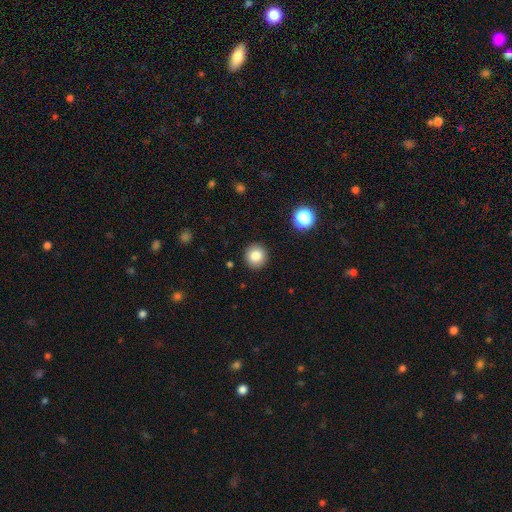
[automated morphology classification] Smooth or featured?
  - smooth: 83% *
  - star or artifact: 11%
  - featured or disk: 7%
How rounded?
  - round: 93% *
  - in between: 6%
  - cigar-shaped: 1%
Merging?
  - none: 92% *
  - minor disturbance: 5%
  - major disturbance: 2%
  - merger: 1%